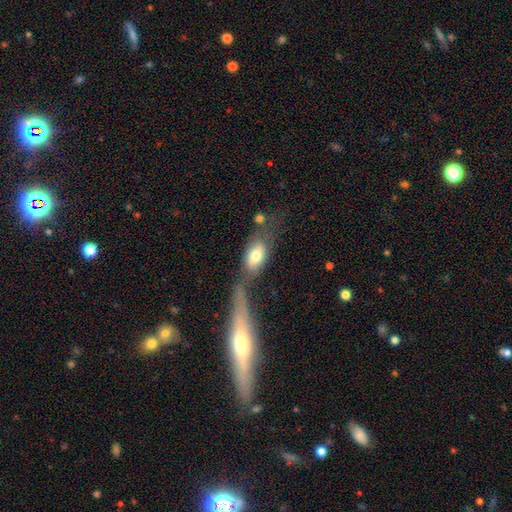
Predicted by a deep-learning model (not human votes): Q: Smooth or featured?
A: smooth (67%); runner-up: featured or disk (26%)
Q: How rounded?
A: in between (85%); runner-up: cigar-shaped (9%)
Q: Merging?
A: none (38%); runner-up: merger (33%)